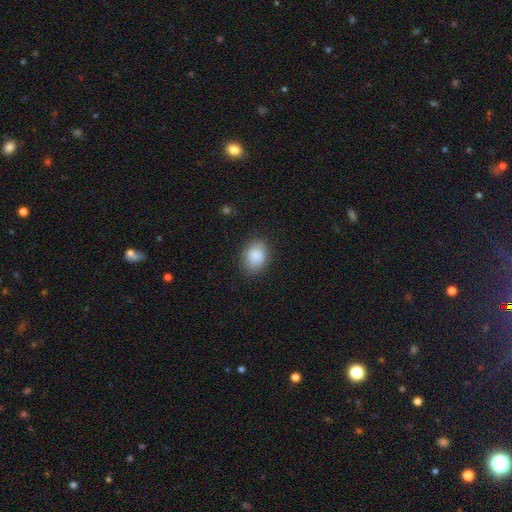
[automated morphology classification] A smooth galaxy with no disk features (87%) that is in between round and cigar-shaped (61%). Merging: none (81%).